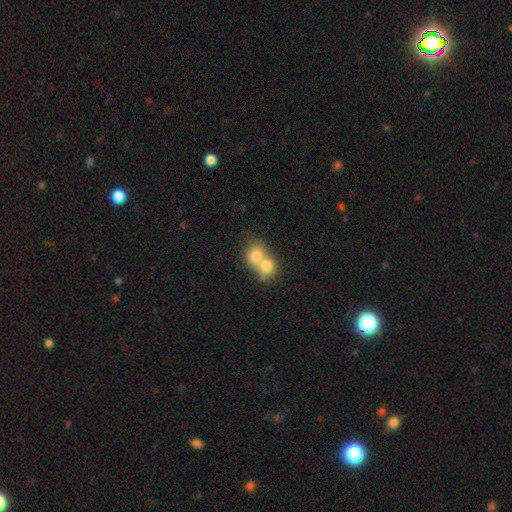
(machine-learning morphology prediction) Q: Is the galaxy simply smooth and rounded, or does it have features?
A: smooth — 73%.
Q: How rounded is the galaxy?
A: round — 65%.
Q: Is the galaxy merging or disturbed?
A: merger — 75%.